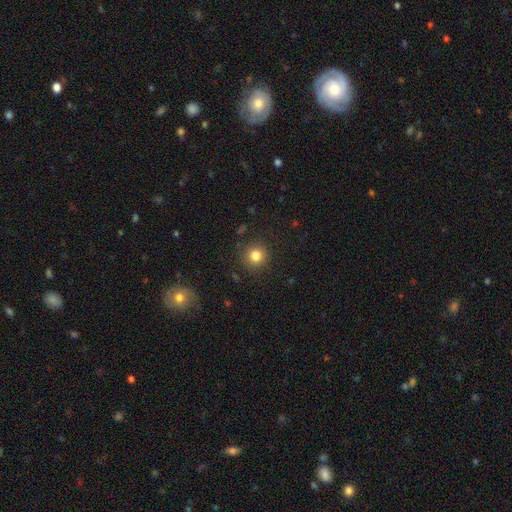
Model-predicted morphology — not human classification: A smooth galaxy with no disk features (82%) that is round (93%). Merging: none (89%).